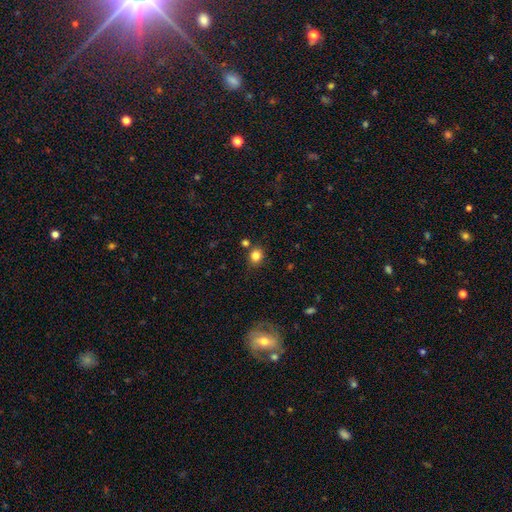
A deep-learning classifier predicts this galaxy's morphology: A smooth galaxy with no disk features (82%) that is round (72%). Merging: none (80%).